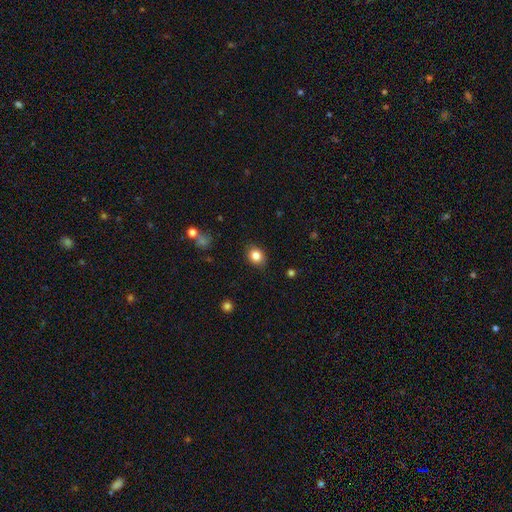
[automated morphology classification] smooth 83%, star or artifact 10%, featured or disk 7%. Down the decision tree: how rounded — round (57%); merging — none (85%).